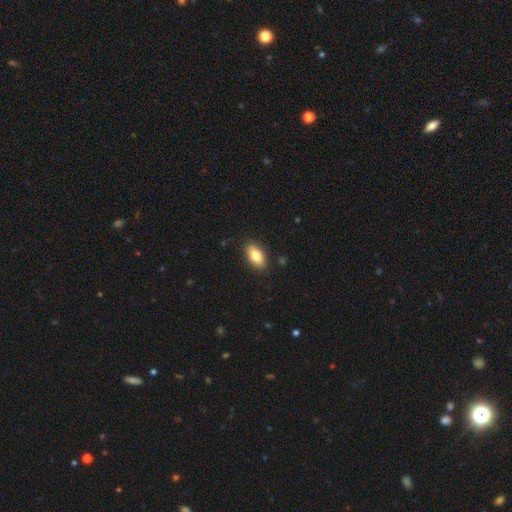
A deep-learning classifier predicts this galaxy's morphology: smooth-or-featured: smooth: 81% | featured or disk: 12% | star or artifact: 7%
  how-rounded: in between: 91% | cigar-shaped: 5% | round: 4%
  merging: none: 88% | minor disturbance: 9% | major disturbance: 2% | merger: 1%